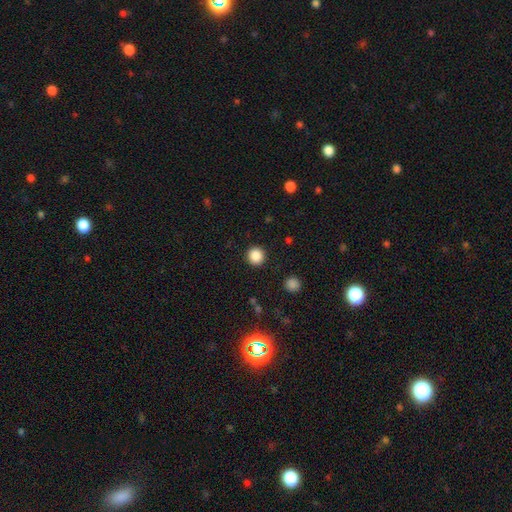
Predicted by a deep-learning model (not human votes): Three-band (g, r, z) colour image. It shows a smooth galaxy with no disk features (86%) that is round (95%). Merging: none (92%).